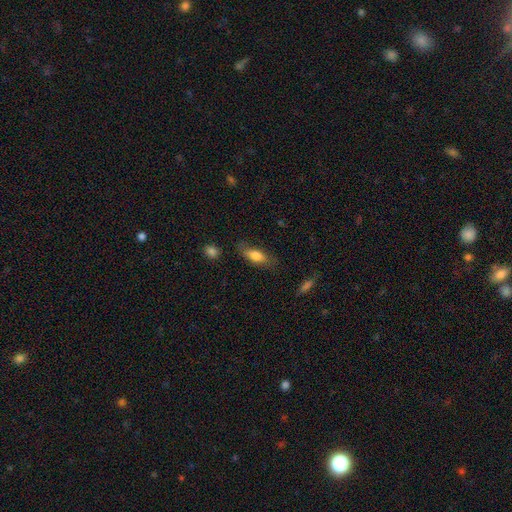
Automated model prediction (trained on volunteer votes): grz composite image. It shows a smooth galaxy with no disk features (75%) that is in between round and cigar-shaped (72%). Merging: none (69%).